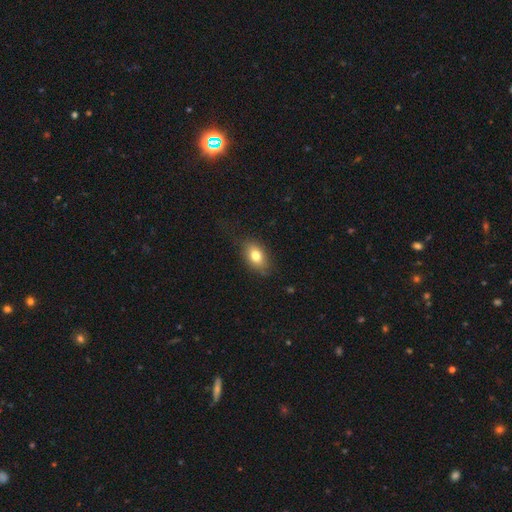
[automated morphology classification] A smooth galaxy with no disk features (77%) that is in between round and cigar-shaped (83%). Merging: none (75%).